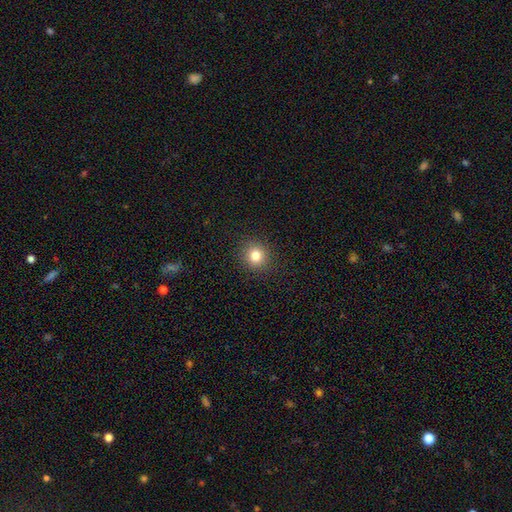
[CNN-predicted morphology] Smooth or featured? Predicted: smooth (p=0.81). How rounded? Predicted: round (p=0.89). Merging? Predicted: none (p=0.91).